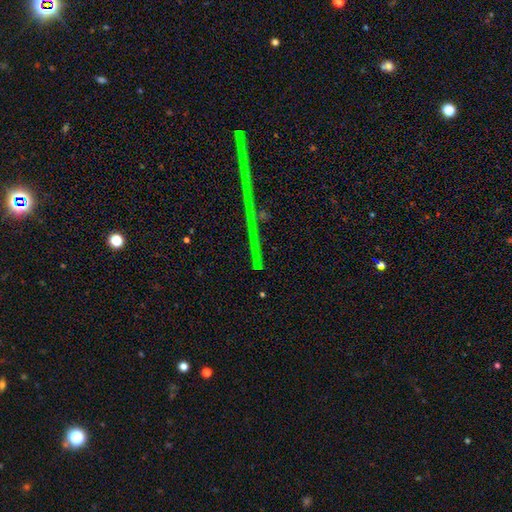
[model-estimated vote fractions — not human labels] The model was most divided on "smooth or featured": star or artifact: 78%, featured or disk: 13%, smooth: 9%.